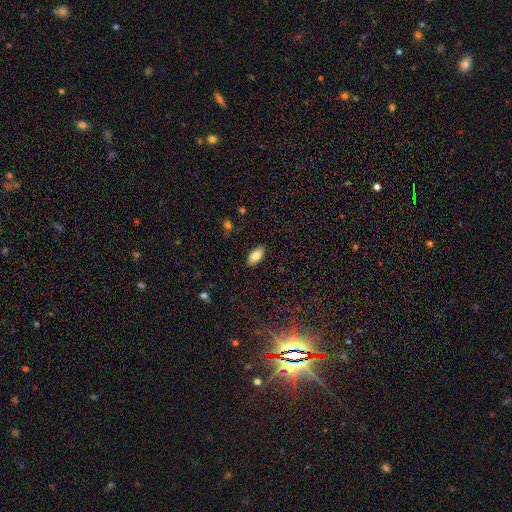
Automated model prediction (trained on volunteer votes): Q: Smooth or featured?
A: smooth (82%); runner-up: featured or disk (11%)
Q: How rounded?
A: in between (93%); runner-up: cigar-shaped (5%)
Q: Merging?
A: none (88%); runner-up: minor disturbance (9%)